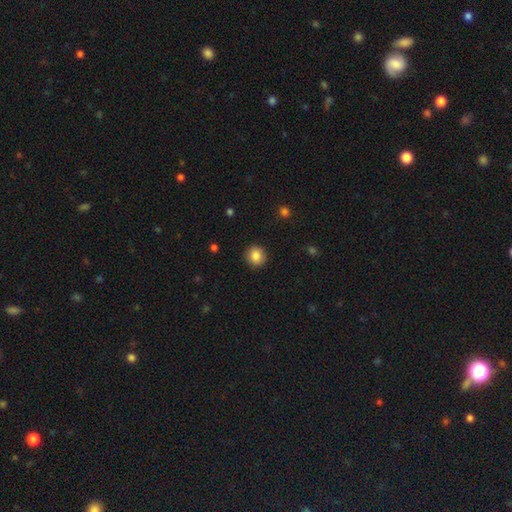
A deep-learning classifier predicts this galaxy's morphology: This appears to be a smooth galaxy with no disk features (86%) that is round (85%). Merging: none (90%).